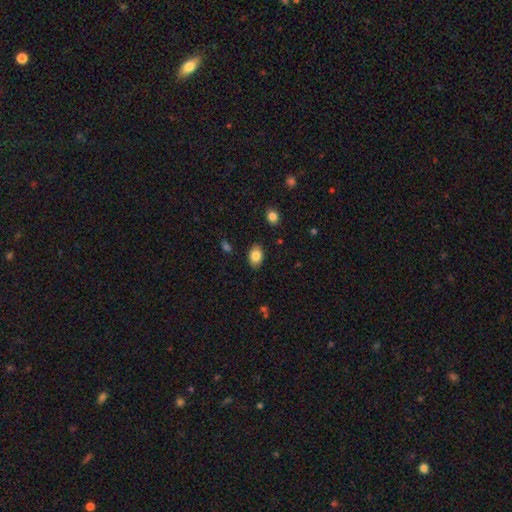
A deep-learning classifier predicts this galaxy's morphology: Smooth or featured: smooth — 85% (star or artifact — 8%)
How rounded: in between — 83% (round — 16%)
Merging: none — 87% (minor disturbance — 9%)